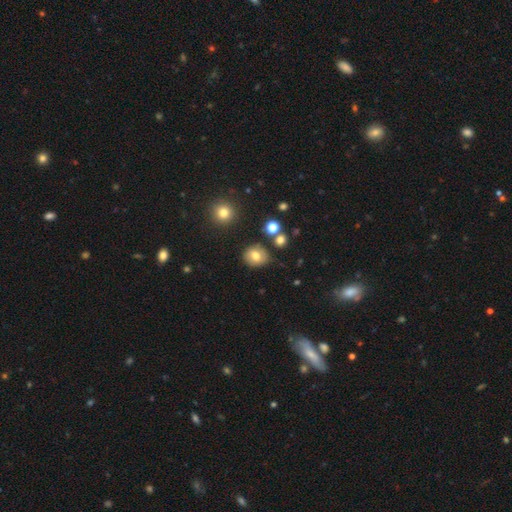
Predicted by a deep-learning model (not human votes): The model was most divided on "how rounded": round: 73%, in between: 26%, cigar-shaped: 1%. More confident: merging — none (80%); smooth or featured — smooth (73%).